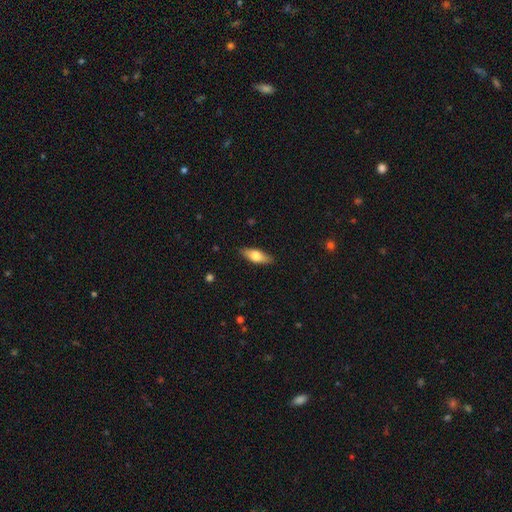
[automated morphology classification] Smooth or featured? Predicted: smooth (p=0.67). How rounded? Predicted: in between (p=0.69). Merging? Predicted: none (p=0.86).